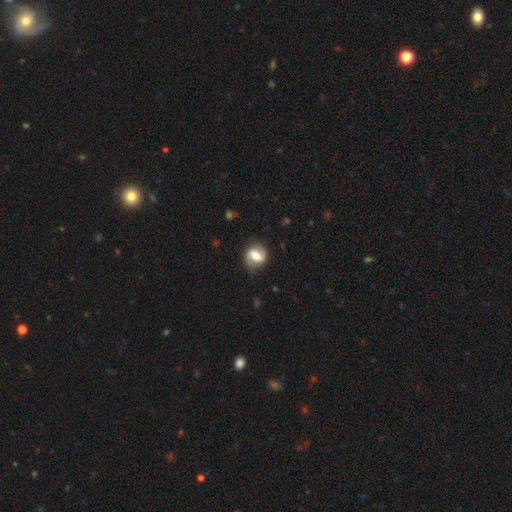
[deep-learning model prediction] This is possibly a featured or disk galaxy (51%). It is clearly not viewed edge-on (96%). Merging: likely none (76%).